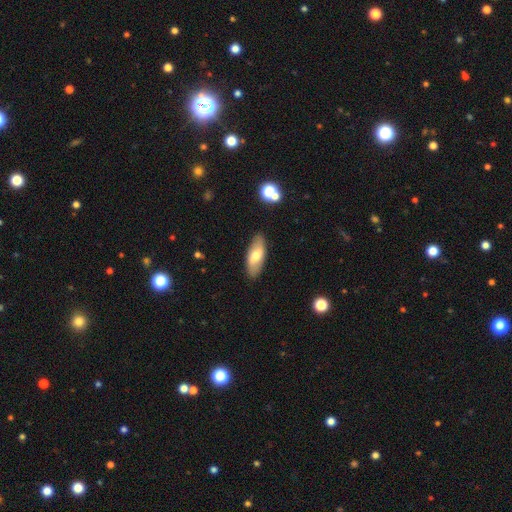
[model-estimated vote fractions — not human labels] Smooth or featured? Predicted: smooth (p=0.64). How rounded? Predicted: in between (p=0.79). Merging? Predicted: none (p=0.86).